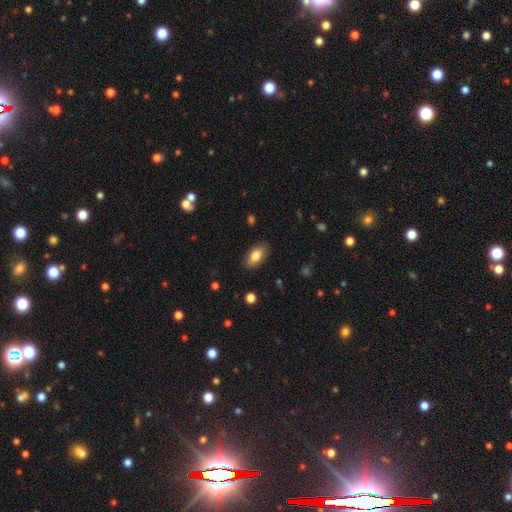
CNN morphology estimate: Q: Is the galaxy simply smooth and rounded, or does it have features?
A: smooth — 80%.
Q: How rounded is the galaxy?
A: in between — 89%.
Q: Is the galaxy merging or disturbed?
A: none — 87%.